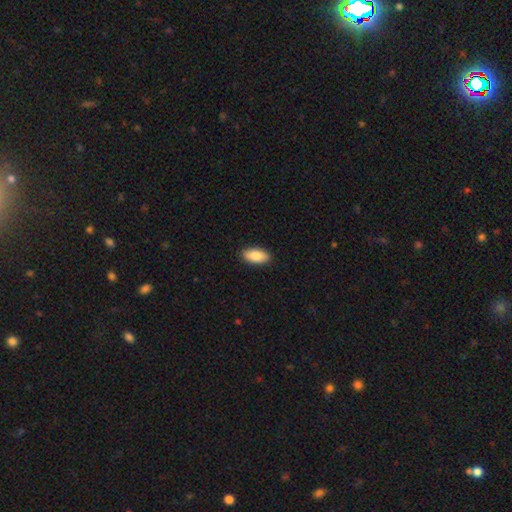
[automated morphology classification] type=smooth (86%); roundness=in between (92%); merging=none (90%).